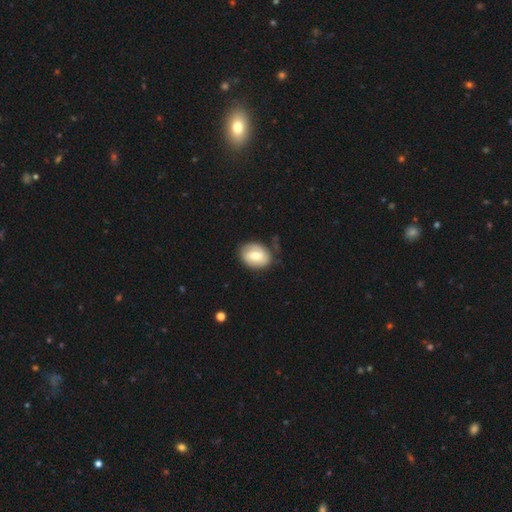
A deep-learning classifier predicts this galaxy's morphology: Smooth or featured? smooth (59%)
How rounded? in between (64%)
Merging? none (66%)